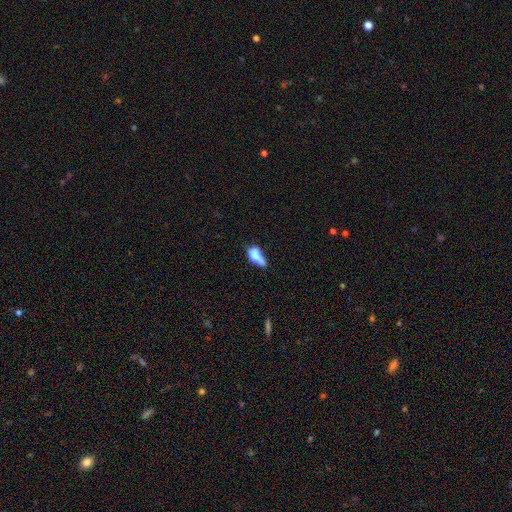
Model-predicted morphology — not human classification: Smooth or featured? smooth (67%)
How rounded? in between (76%)
Merging? minor disturbance (28%)